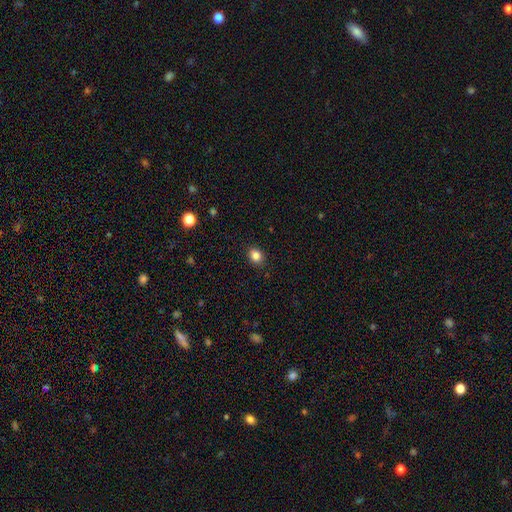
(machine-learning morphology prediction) smooth_or_featured: smooth (p=0.84) [alt: star or artifact p=0.11]
how_rounded: in between (p=0.52) [alt: round p=0.47]
merging: none (p=0.89) [alt: minor disturbance p=0.08]